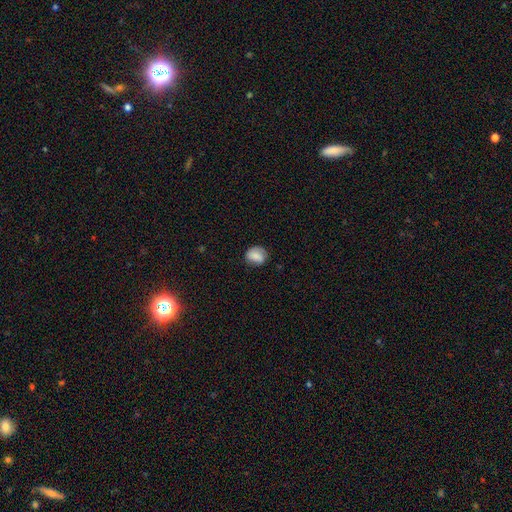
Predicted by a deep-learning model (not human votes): smooth_or_featured: smooth (p=0.78) [alt: featured or disk p=0.13]
how_rounded: round (p=0.59) [alt: in between p=0.40]
merging: none (p=0.69) [alt: minor disturbance p=0.23]